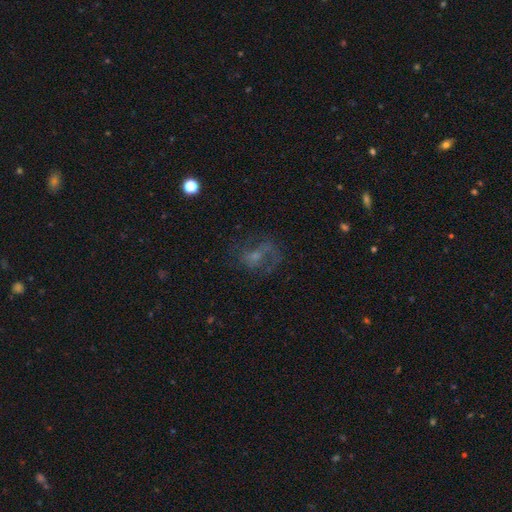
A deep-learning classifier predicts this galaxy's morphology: Q: Smooth or featured?
A: featured or disk (56%); runner-up: smooth (24%)
Q: Edge-on disk?
A: no (97%); runner-up: yes (3%)
Q: Bar?
A: no (60%); runner-up: weak (33%)
Q: Spiral arms?
A: yes (71%); runner-up: no (29%)
Q: Bulge size?
A: small (48%); runner-up: moderate (28%)
Q: Merging?
A: none (52%); runner-up: major disturbance (27%)